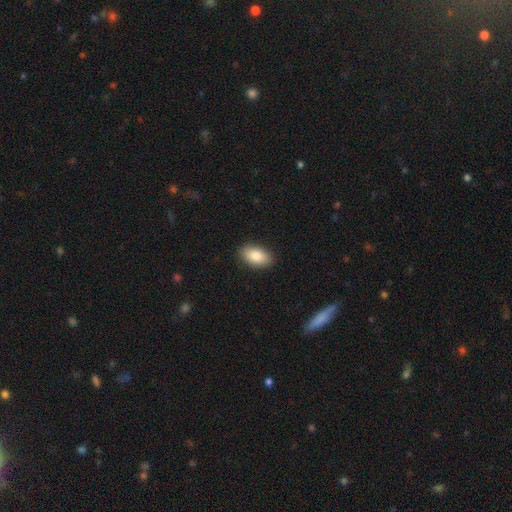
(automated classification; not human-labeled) The model was most divided on "smooth or featured": smooth: 86%, featured or disk: 8%, star or artifact: 7%. More confident: how rounded — in between (94%); merging — none (89%).